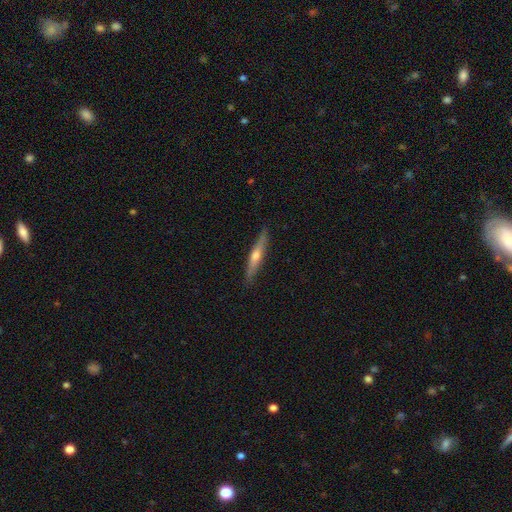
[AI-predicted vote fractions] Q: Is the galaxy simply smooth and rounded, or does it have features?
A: featured or disk — 61%.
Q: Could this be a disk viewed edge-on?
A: yes — 96%.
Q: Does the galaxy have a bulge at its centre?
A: rounded — 86%.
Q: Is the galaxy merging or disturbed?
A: none — 89%.